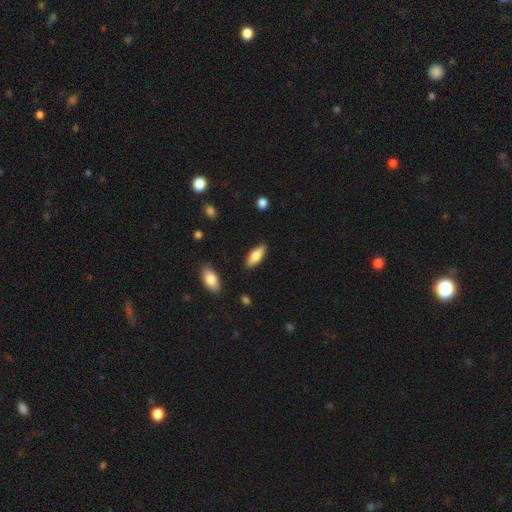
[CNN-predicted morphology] Smooth or featured? smooth (73%)
How rounded? in between (72%)
Merging? none (85%)